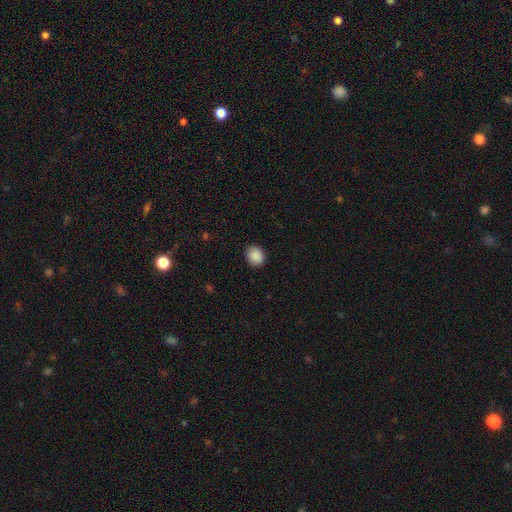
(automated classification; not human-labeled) Smooth or featured? smooth (89%)
How rounded? round (66%)
Merging? none (87%)